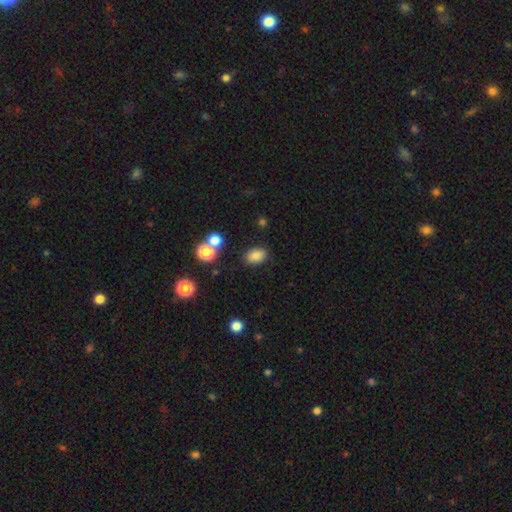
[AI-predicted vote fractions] smooth-or-featured: smooth: 79% | star or artifact: 12% | featured or disk: 9%
  how-rounded: in between: 78% | round: 21% | cigar-shaped: 1%
  merging: none: 83% | minor disturbance: 10% | merger: 4% | major disturbance: 3%